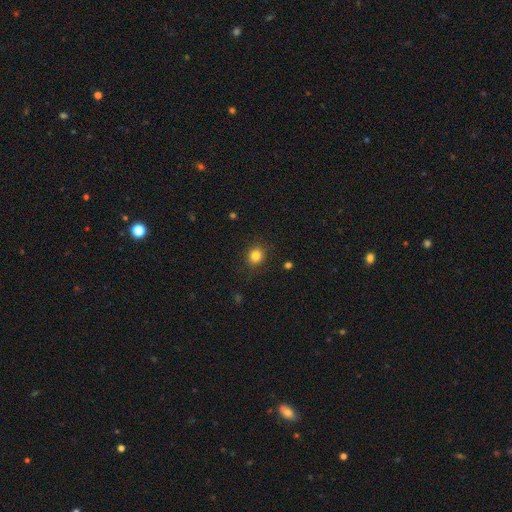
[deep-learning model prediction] Smooth or featured: smooth — 83% (star or artifact — 12%)
How rounded: round — 79% (in between — 20%)
Merging: none — 88% (minor disturbance — 8%)